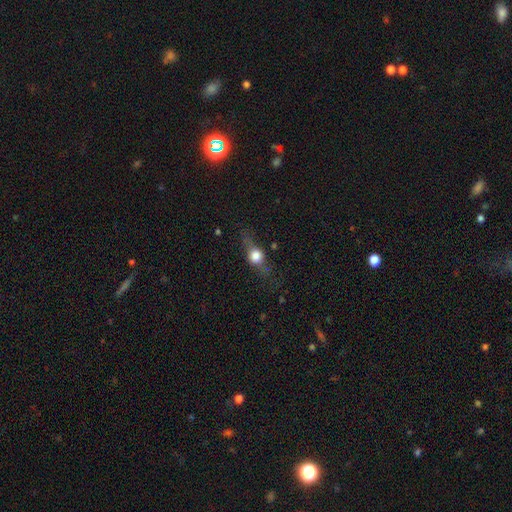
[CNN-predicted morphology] Overall: smooth (55%; featured or disk 33%). How rounded: round (63%; in between 28%). Merging: none (59%; minor disturbance 23%).